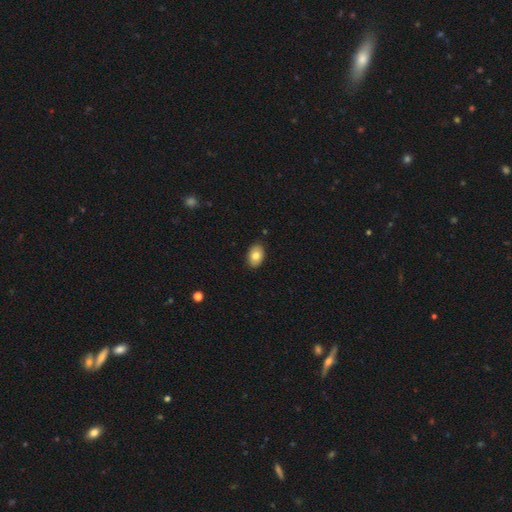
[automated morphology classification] The model was most divided on "smooth or featured": smooth: 79%, featured or disk: 14%, star or artifact: 7%. More confident: merging — none (87%); how rounded — in between (86%).